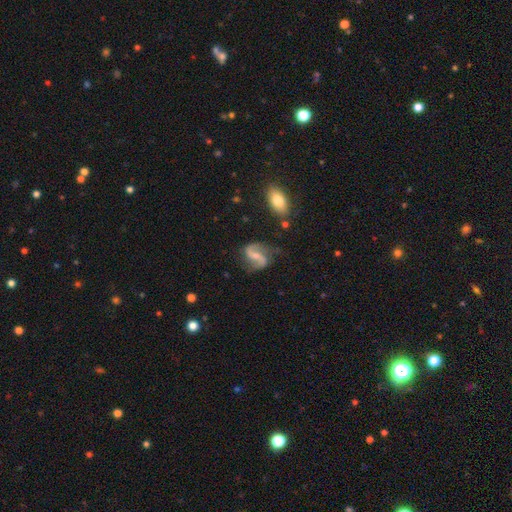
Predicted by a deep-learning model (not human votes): smooth_or_featured: featured or disk (p=0.84) [alt: smooth p=0.10]
disk_edge_on: no (p=0.98) [alt: yes p=0.02]
bar: weak (p=0.44) [alt: no p=0.28]
has_spiral_arms: yes (p=0.96) [alt: no p=0.04]
spiral_winding: loose (p=0.56) [alt: medium p=0.36]
spiral_arm_count: 2 (p=0.93) [alt: can't tell p=0.02]
bulge_size: small (p=0.48) [alt: moderate p=0.28]
merging: none (p=0.73) [alt: minor disturbance p=0.17]